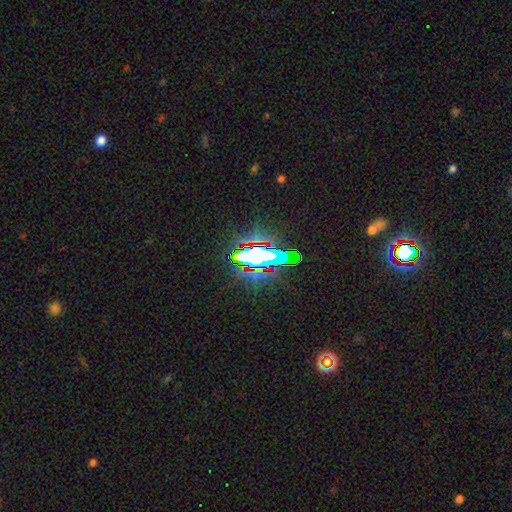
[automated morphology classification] Smooth or featured? Predicted: star or artifact (p=0.62).